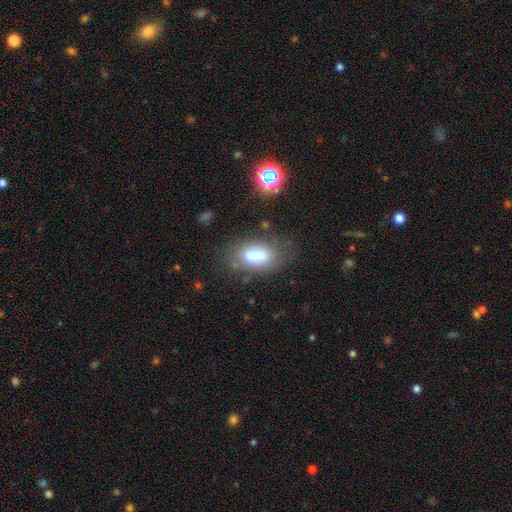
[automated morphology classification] A smooth galaxy with no disk features (77%) that is in between round and cigar-shaped (89%).

Vote fractions:
- Smooth or featured? smooth: 77% / featured or disk: 13% / star or artifact: 10%
- How rounded? in between: 89% / round: 7% / cigar-shaped: 4%
- Merging? none: 60% / minor disturbance: 22% / major disturbance: 12% / merger: 6%